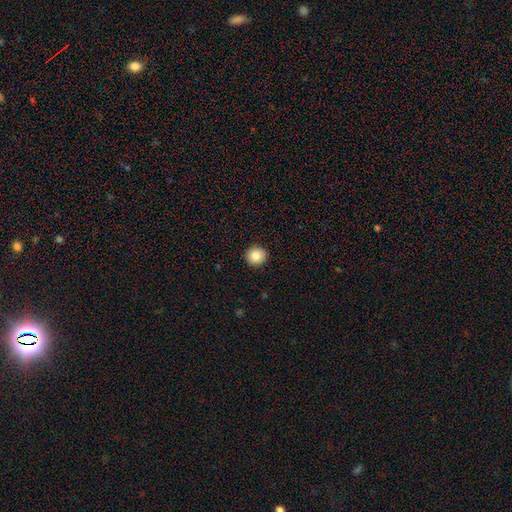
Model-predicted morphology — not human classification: The model was most divided on "smooth or featured": smooth: 84%, star or artifact: 9%, featured or disk: 7%. More confident: how rounded — round (95%); merging — none (93%).